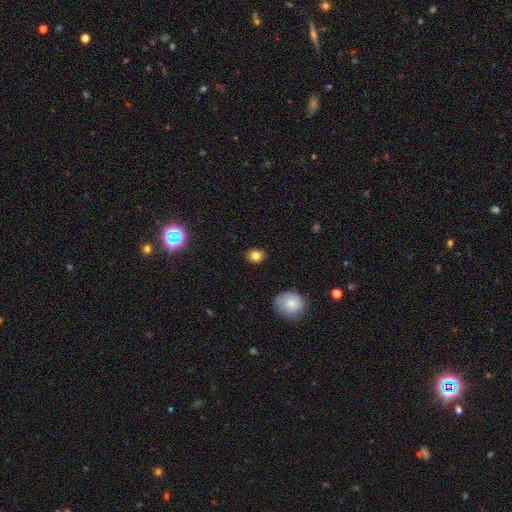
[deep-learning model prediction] Smooth or featured?
  - smooth: 81% *
  - star or artifact: 11%
  - featured or disk: 7%
How rounded?
  - round: 60% *
  - in between: 39%
  - cigar-shaped: 1%
Merging?
  - none: 87% *
  - minor disturbance: 9%
  - major disturbance: 2%
  - merger: 1%